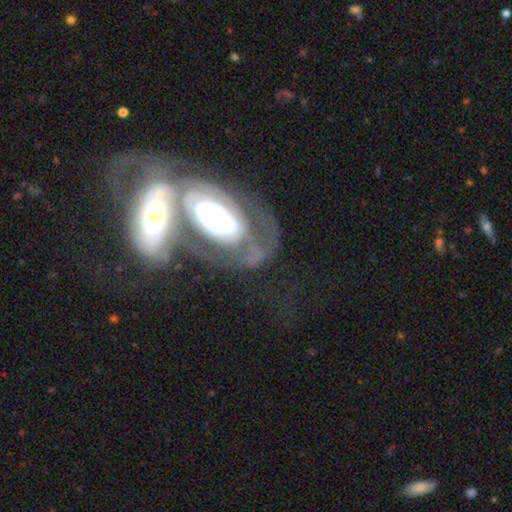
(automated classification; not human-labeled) smooth_or_featured: featured or disk (p=0.77) [alt: smooth p=0.16]
disk_edge_on: no (p=0.94) [alt: yes p=0.06]
bar: no (p=0.72) [alt: weak p=0.17]
has_spiral_arms: yes (p=0.77) [alt: no p=0.23]
spiral_winding: tight (p=0.62) [alt: medium p=0.27]
spiral_arm_count: can't tell (p=0.38) [alt: 2 p=0.36]
bulge_size: moderate (p=0.45) [alt: large p=0.30]
merging: merger (p=0.47) [alt: none p=0.26]